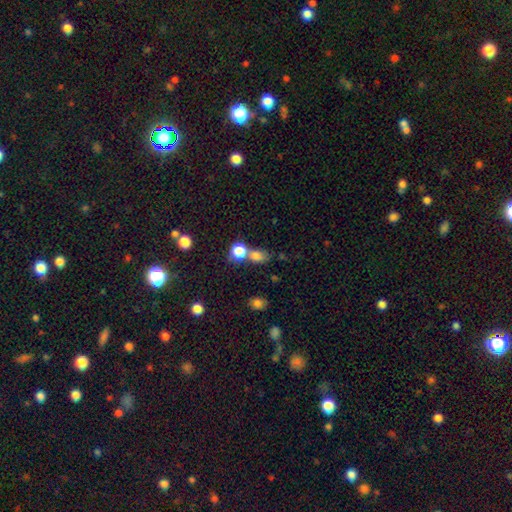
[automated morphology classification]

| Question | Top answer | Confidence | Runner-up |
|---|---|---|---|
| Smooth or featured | smooth | 75% | star or artifact (16%) |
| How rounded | round | 57% | in between (41%) |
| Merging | none | 43% | merger (41%) |